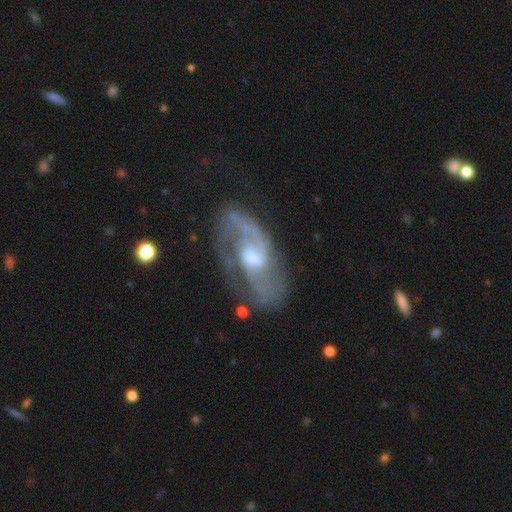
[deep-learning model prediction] This is clearly a featured or disk galaxy (89%). It is clearly not viewed edge-on (96%). Bar: possibly weak (53%). Spiral arm pattern: clearly yes (96%). Spiral arm count: likely 2 (78%). Spiral winding: possibly medium (53%). Central bulge: possibly moderate (57%). Merging: likely none (67%).